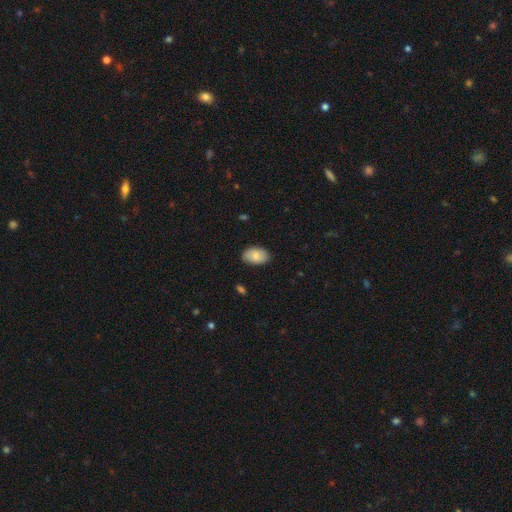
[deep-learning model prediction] A smooth galaxy with no disk features (80%) that is in between round and cigar-shaped (91%).

Vote fractions:
- Smooth or featured? smooth: 80% / featured or disk: 13% / star or artifact: 6%
- How rounded? in between: 91% / round: 8% / cigar-shaped: 1%
- Merging? none: 82% / minor disturbance: 14% / major disturbance: 2% / merger: 1%